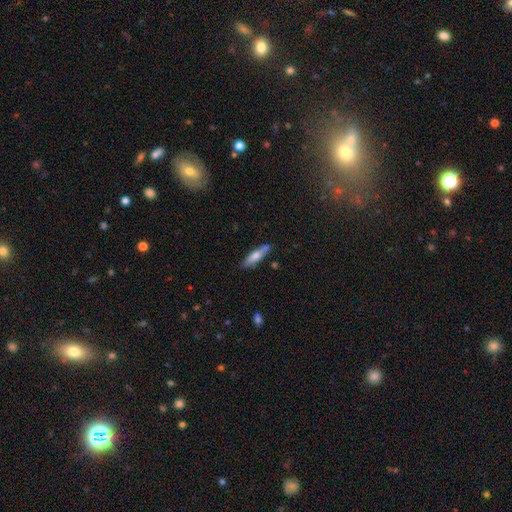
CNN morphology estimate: A smooth galaxy with no disk features (61%) that is cigar-shaped (71%).

Vote fractions:
- Smooth or featured? smooth: 61% / featured or disk: 32% / star or artifact: 6%
- How rounded? cigar-shaped: 71% / in between: 27% / round: 2%
- Merging? none: 75% / minor disturbance: 15% / merger: 7% / major disturbance: 3%